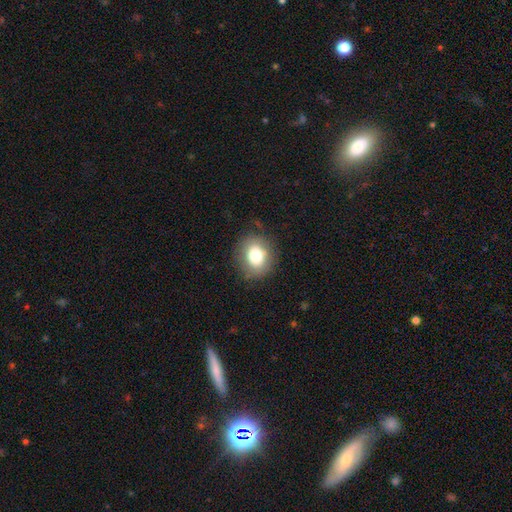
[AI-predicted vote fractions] smooth_or_featured: smooth (p=0.76) [alt: featured or disk p=0.14]
how_rounded: round (p=0.69) [alt: in between p=0.30]
merging: none (p=0.82) [alt: minor disturbance p=0.13]